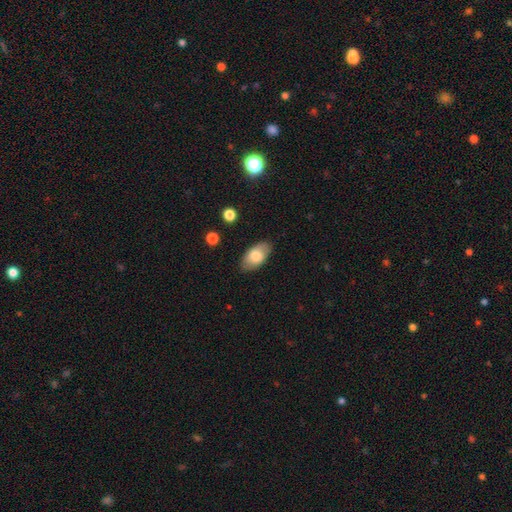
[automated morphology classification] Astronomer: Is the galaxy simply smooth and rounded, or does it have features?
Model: smooth — 75%.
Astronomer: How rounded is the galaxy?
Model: in between — 94%.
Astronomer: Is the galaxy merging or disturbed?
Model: none — 84%.